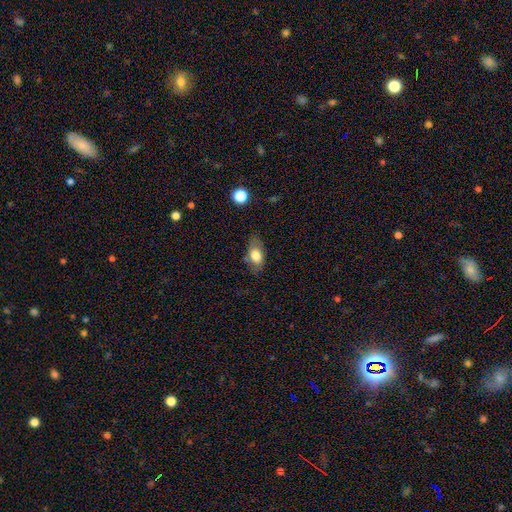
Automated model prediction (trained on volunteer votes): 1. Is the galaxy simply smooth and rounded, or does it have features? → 74% smooth, 18% featured or disk, 7% star or artifact.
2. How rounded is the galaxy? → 87% in between, 9% round, 4% cigar-shaped.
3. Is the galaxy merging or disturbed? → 66% none, 24% minor disturbance, 7% major disturbance, 3% merger.